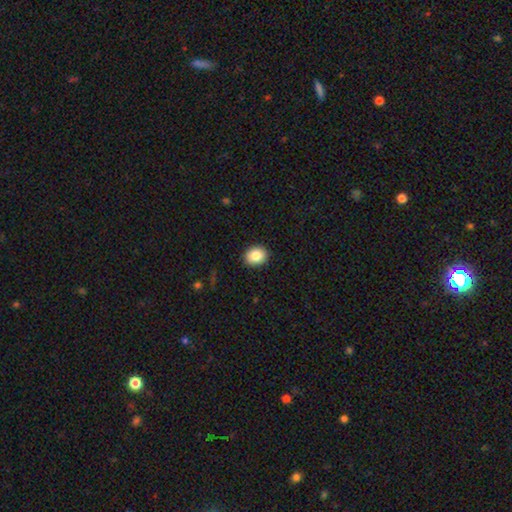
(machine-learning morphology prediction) smooth-or-featured: smooth: 85% | star or artifact: 9% | featured or disk: 6%
  how-rounded: round: 62% | in between: 37% | cigar-shaped: 1%
  merging: none: 91% | minor disturbance: 6% | major disturbance: 2% | merger: 1%